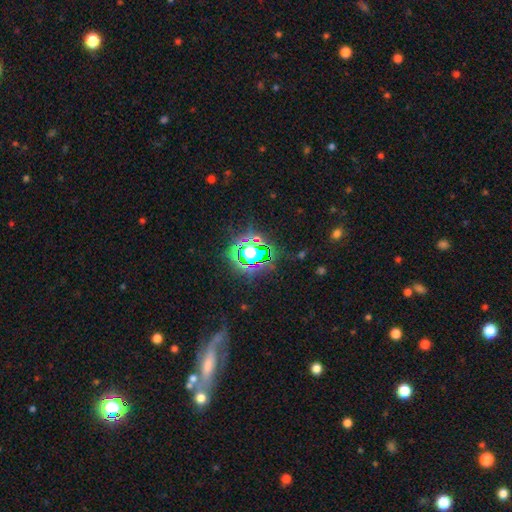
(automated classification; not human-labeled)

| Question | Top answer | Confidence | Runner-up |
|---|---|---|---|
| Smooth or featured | star or artifact | 70% | smooth (18%) |